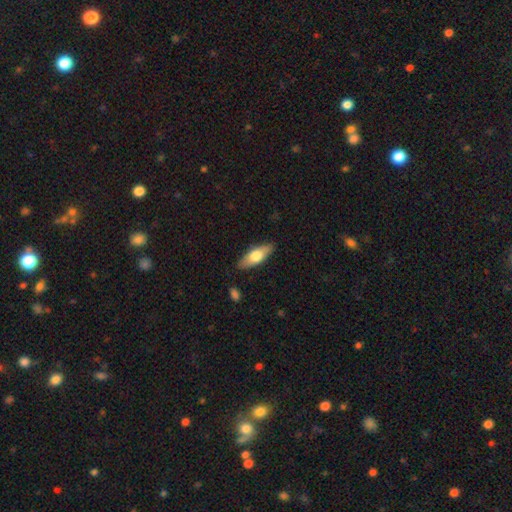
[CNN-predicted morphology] type=smooth (62%); roundness=in between (64%); merging=none (86%).